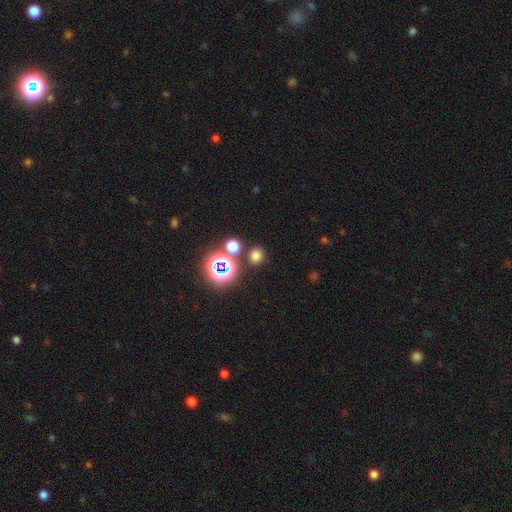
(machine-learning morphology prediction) smooth 68%, star or artifact 26%, featured or disk 6%. Down the decision tree: how rounded — round (72%); merging — none (80%).